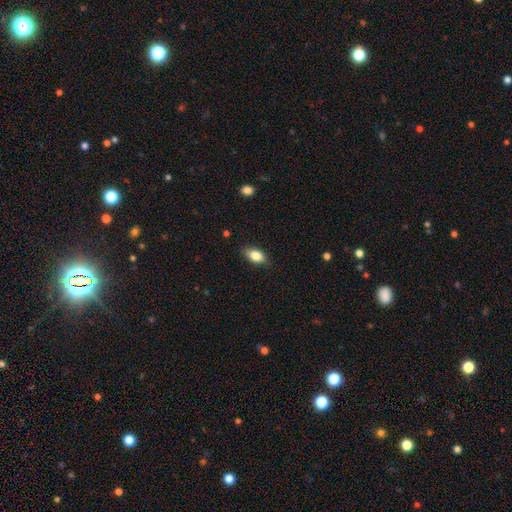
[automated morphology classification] Overall: smooth (83%). How rounded: in between (87%). Merging: none (84%).